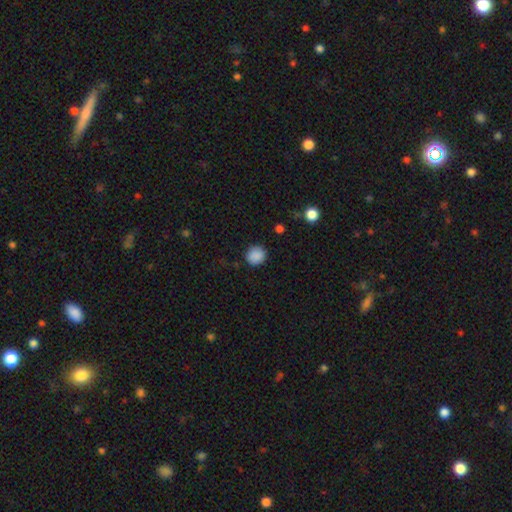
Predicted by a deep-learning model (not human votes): A smooth galaxy with no disk features (88%) that is round (89%). Merging: none (89%).